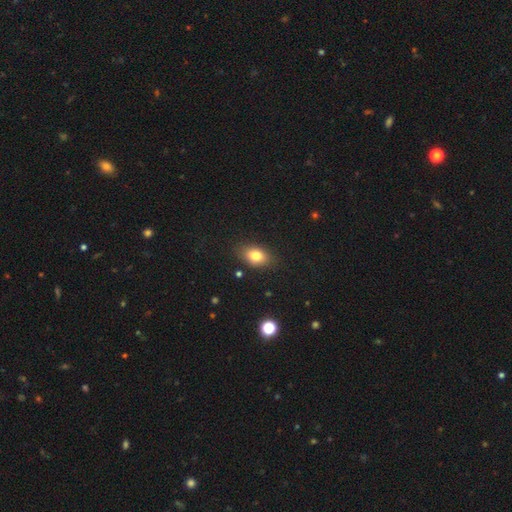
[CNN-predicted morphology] This is clearly a smooth galaxy (80%). How rounded: clearly in between (81%). Merging: clearly none (83%).